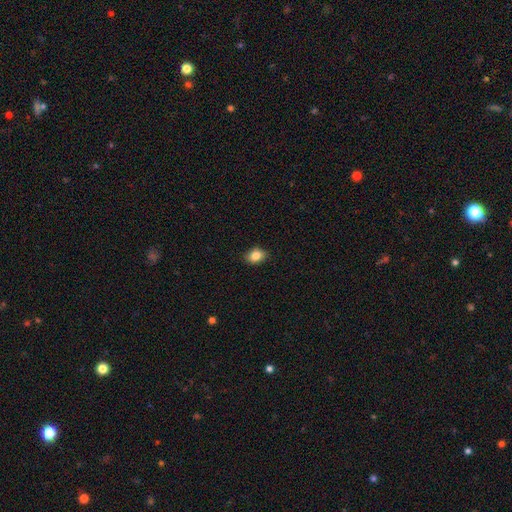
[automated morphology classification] Smooth or featured: smooth — 85% (star or artifact — 9%)
How rounded: in between — 70% (round — 29%)
Merging: none — 87% (minor disturbance — 10%)